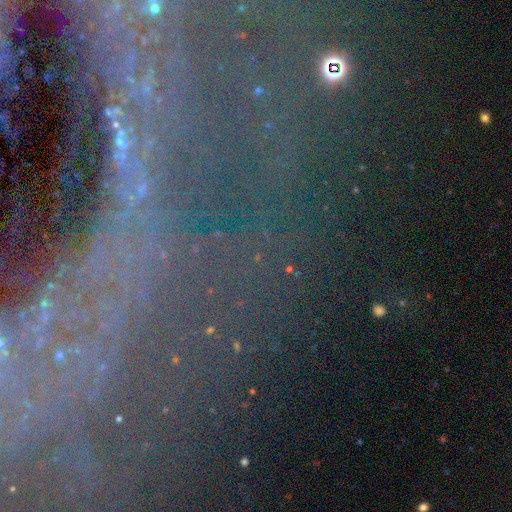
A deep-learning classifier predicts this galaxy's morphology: smooth_or_featured: star or artifact (p=0.62) [alt: featured or disk p=0.24]